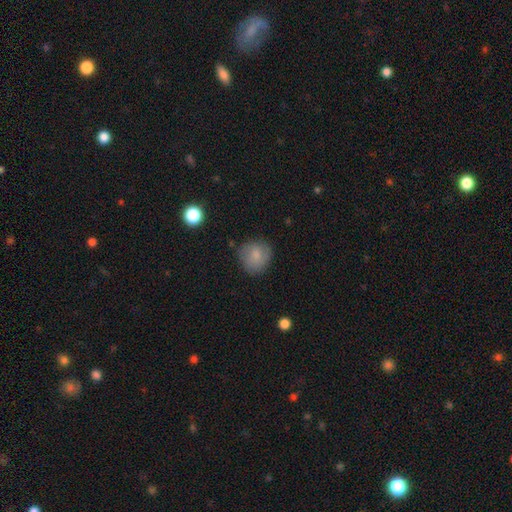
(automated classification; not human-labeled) Smooth or featured: smooth — 78% (featured or disk — 14%)
How rounded: round — 87% (in between — 12%)
Merging: none — 75% (minor disturbance — 18%)